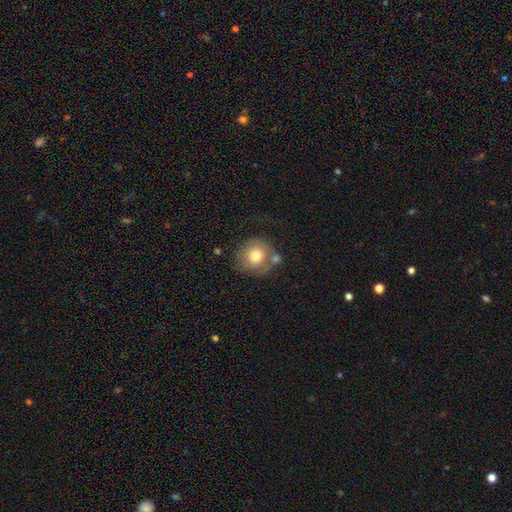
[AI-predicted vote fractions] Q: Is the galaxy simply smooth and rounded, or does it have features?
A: smooth — 73%.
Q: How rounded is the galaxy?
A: round — 87%.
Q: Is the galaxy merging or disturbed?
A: none — 52%.